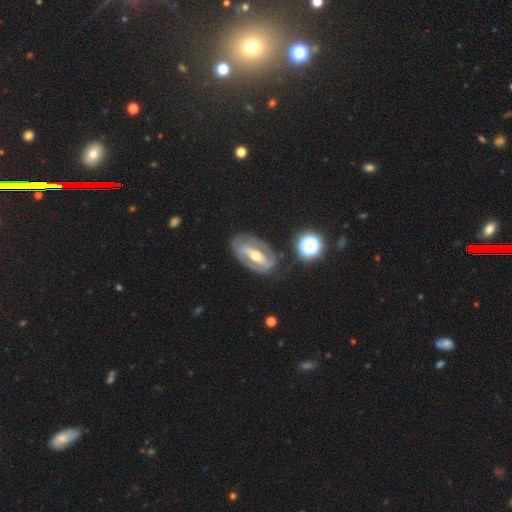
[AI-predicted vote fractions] A featured or disk galaxy (80%) with a strong bar (60%), 2 (74%) tight (48%) spiral arms (75%) and a moderate central bulge (60%).

Vote fractions:
- Smooth or featured? featured or disk: 80% / smooth: 14% / star or artifact: 7%
- Edge-on disk? no: 92% / yes: 8%
- Bar? strong: 60% / weak: 25% / no: 15%
- Spiral arms? yes: 75% / no: 25%
- Spiral winding? tight: 48% / medium: 36% / loose: 16%
- Spiral arm count? 2: 74% / can't tell: 16% / 1: 5% / 3: 2% / 4: 1% / more than 4: 1%
- Bulge size? moderate: 60% / small: 35% / large: 3% / none: 1% / dominant: 1%
- Merging? none: 78% / minor disturbance: 14% / major disturbance: 6% / merger: 2%